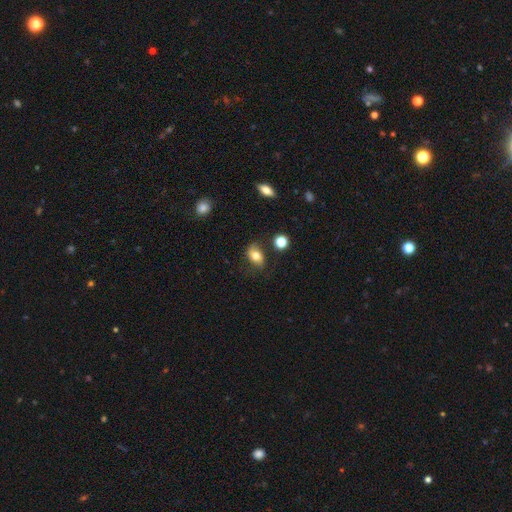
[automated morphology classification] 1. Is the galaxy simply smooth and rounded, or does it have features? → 70% smooth, 20% featured or disk, 10% star or artifact.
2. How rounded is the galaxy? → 80% in between, 17% round, 2% cigar-shaped.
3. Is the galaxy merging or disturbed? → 71% none, 20% minor disturbance, 6% major disturbance, 3% merger.